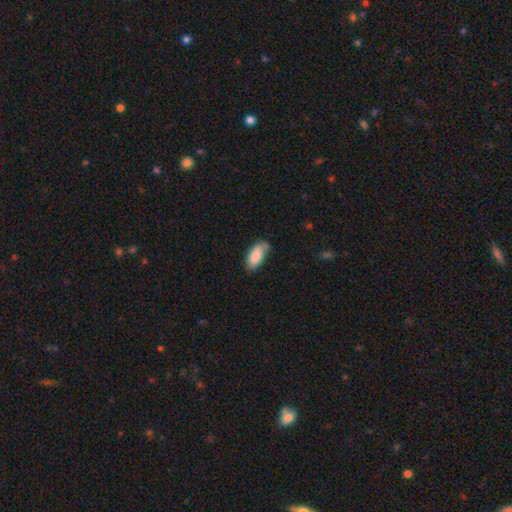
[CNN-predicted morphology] Q: Smooth or featured?
A: smooth (84%); runner-up: featured or disk (10%)
Q: How rounded?
A: in between (92%); runner-up: cigar-shaped (6%)
Q: Merging?
A: none (62%); runner-up: minor disturbance (29%)